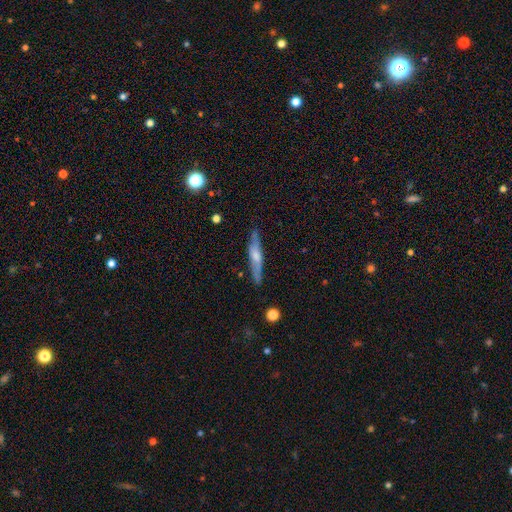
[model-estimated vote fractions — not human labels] Q: Smooth or featured?
A: featured or disk (60%); runner-up: smooth (34%)
Q: Edge-on disk?
A: yes (92%); runner-up: no (8%)
Q: Edge-on bulge?
A: rounded (74%); runner-up: none (14%)
Q: Merging?
A: none (86%); runner-up: minor disturbance (11%)